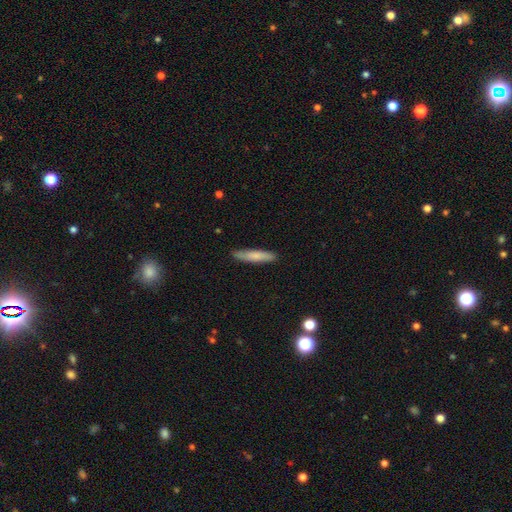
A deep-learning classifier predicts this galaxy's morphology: smooth 76%, featured or disk 19%, star or artifact 6%. Down the decision tree: how rounded — cigar-shaped (87%); merging — none (88%).